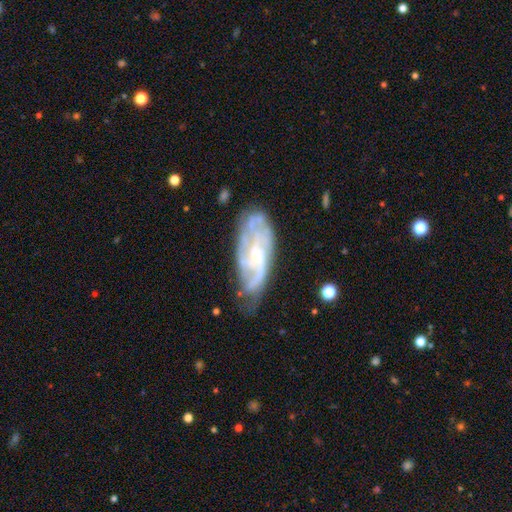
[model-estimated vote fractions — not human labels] A featured or disk galaxy (81%) with no bar (56%), tight (49%) spiral arms (93%) and a small central bulge (50%).

Vote fractions:
- Smooth or featured? featured or disk: 81% / smooth: 13% / star or artifact: 6%
- Edge-on disk? no: 92% / yes: 8%
- Bar? no: 56% / weak: 36% / strong: 8%
- Spiral arms? yes: 93% / no: 7%
- Spiral winding? tight: 49% / medium: 39% / loose: 12%
- Spiral arm count? can't tell: 34% / 3: 24% / 2: 19% / 4: 14% / more than 4: 5% / 1: 5%
- Bulge size? small: 50% / moderate: 32% / none: 14% / large: 3% / dominant: 1%
- Merging? none: 63% / minor disturbance: 25% / major disturbance: 10% / merger: 2%